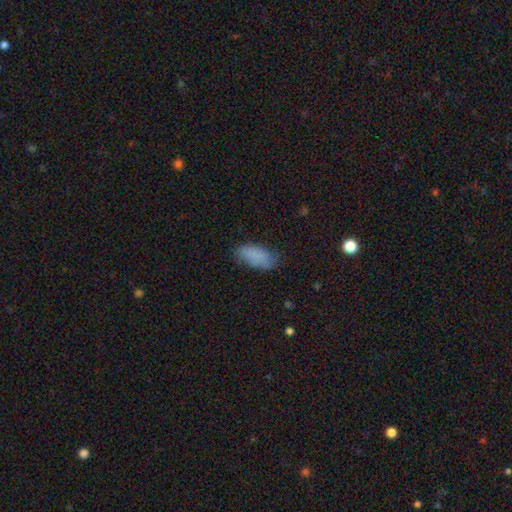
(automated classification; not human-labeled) A smooth galaxy with no disk features (86%) that is in between round and cigar-shaped (87%).

Vote fractions:
- Smooth or featured? smooth: 86% / star or artifact: 8% / featured or disk: 7%
- How rounded? in between: 87% / cigar-shaped: 11% / round: 2%
- Merging? none: 75% / minor disturbance: 19% / major disturbance: 4% / merger: 1%